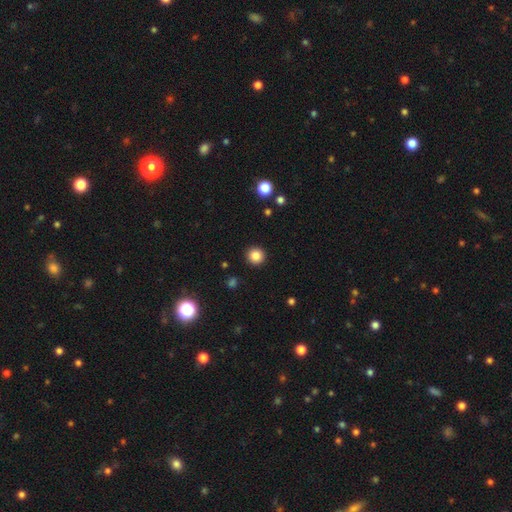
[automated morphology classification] A smooth galaxy with no disk features (85%) that is round (95%). Merging: none (93%).